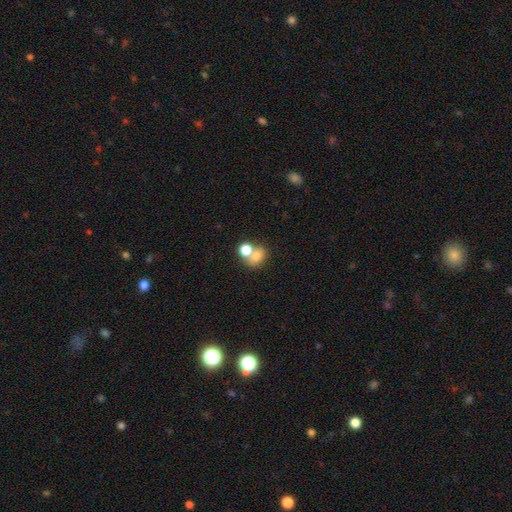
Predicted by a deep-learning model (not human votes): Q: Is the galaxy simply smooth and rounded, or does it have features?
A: smooth — 75%.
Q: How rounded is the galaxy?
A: in between — 52%.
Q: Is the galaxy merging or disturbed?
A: merger — 50%.